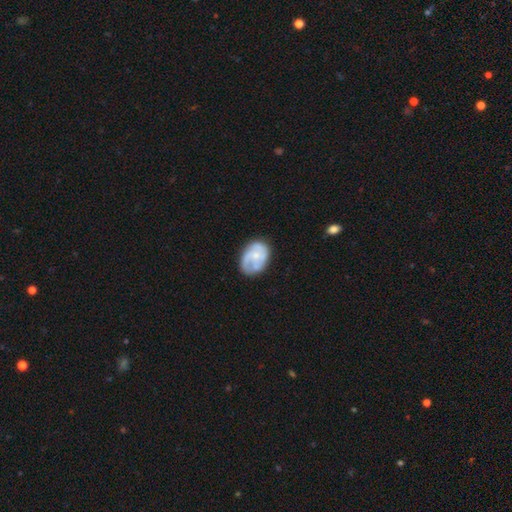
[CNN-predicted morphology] smooth_or_featured: featured or disk (p=0.59) [alt: smooth p=0.35]
disk_edge_on: no (p=0.98) [alt: yes p=0.02]
bar: no (p=0.77) [alt: weak p=0.20]
has_spiral_arms: yes (p=0.69) [alt: no p=0.31]
bulge_size: small (p=0.57) [alt: moderate p=0.32]
merging: none (p=0.59) [alt: minor disturbance p=0.26]